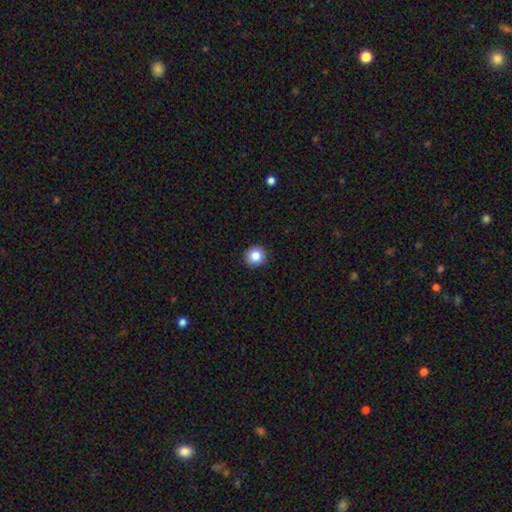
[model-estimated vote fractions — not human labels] Smooth or featured? Predicted: smooth (p=0.86). How rounded? Predicted: round (p=0.94). Merging? Predicted: none (p=0.93).